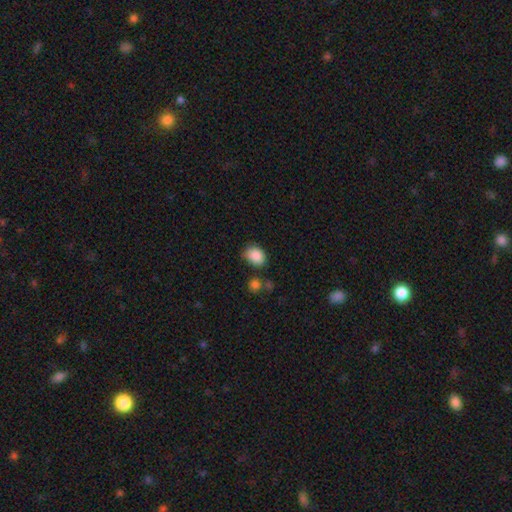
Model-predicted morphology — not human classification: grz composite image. It shows a smooth galaxy with no disk features (88%) that is in between round and cigar-shaped (61%). Merging: none (71%).